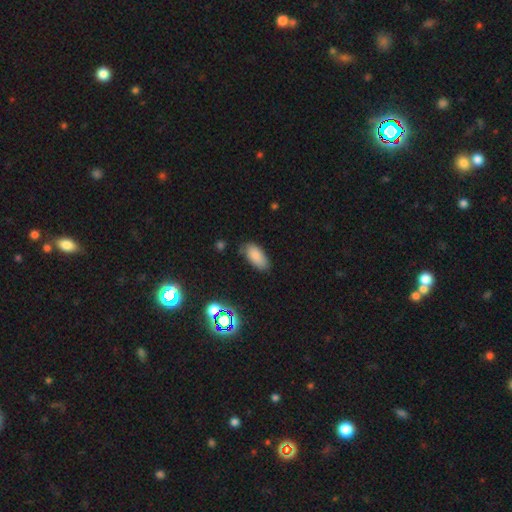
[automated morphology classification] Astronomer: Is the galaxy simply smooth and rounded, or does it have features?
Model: smooth — 84%.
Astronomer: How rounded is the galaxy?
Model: in between — 91%.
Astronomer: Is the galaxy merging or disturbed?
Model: none — 75%.